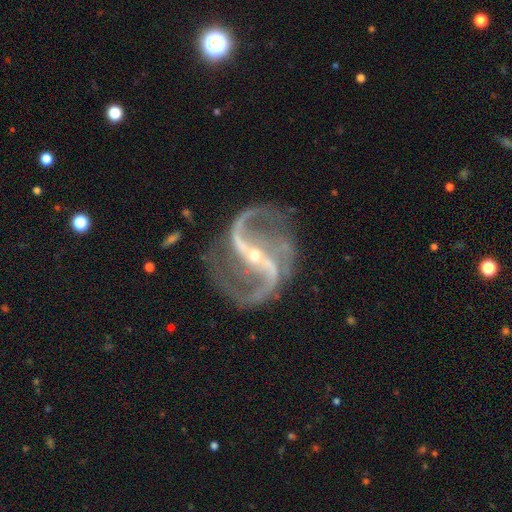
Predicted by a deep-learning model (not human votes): This appears to be a featured or disk galaxy (93%) with a strong bar (60%), 2 (91%) medium (46%) spiral arms (99%) and a small central bulge (80%). Merging: none (76%).